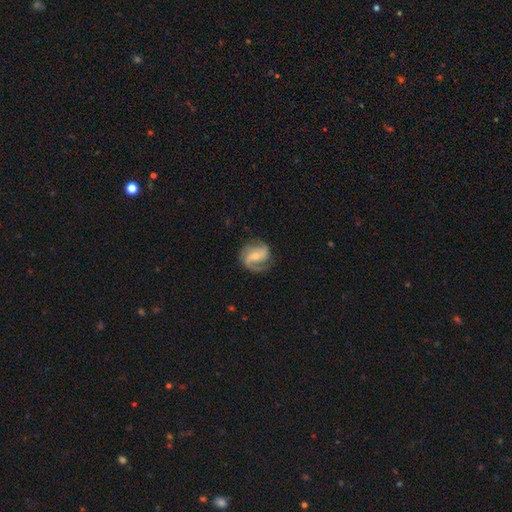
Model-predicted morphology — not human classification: featured or disk 84%, smooth 10%, star or artifact 5%. Down the decision tree: edge-on disk — no (98%); bar — weak (41%); spiral arms — yes (96%); spiral arm count — 2 (70%); spiral winding — medium (50%); bulge size — small (51%); merging — none (71%).